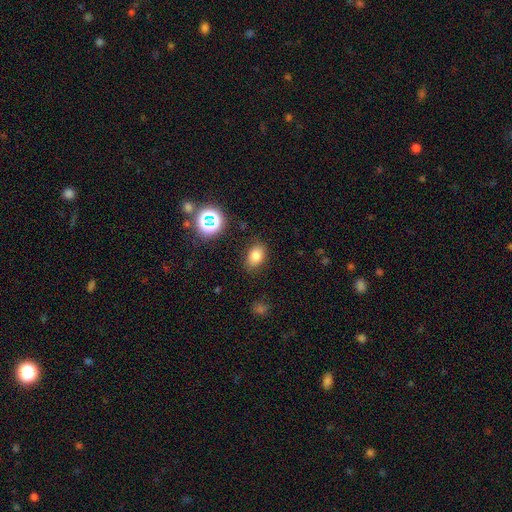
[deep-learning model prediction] Morphology: type=smooth (77%); roundness=in between (79%); merging=none (83%).